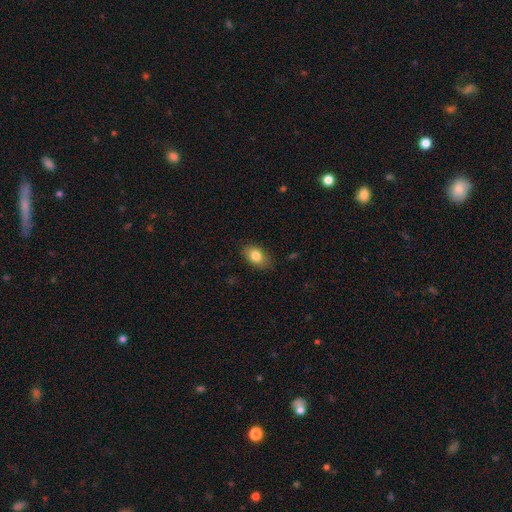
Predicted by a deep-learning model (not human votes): Smooth or featured: smooth — 82% (featured or disk — 10%)
How rounded: in between — 85% (round — 13%)
Merging: none — 83% (minor disturbance — 13%)